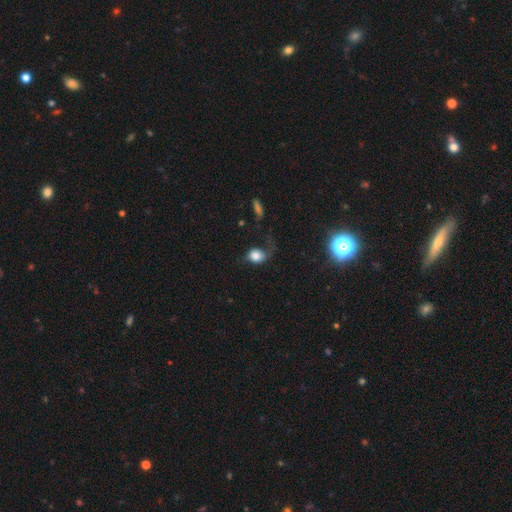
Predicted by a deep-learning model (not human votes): Overall: smooth (73%). How rounded: in between (55%; round 44%). Merging: major disturbance (36%; none 35%).